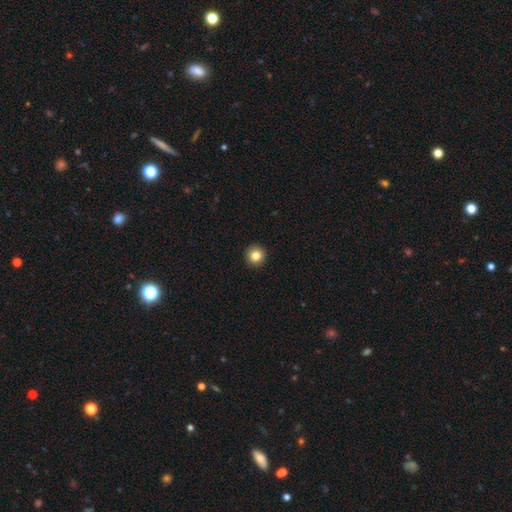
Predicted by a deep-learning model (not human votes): Q: Smooth or featured?
A: smooth (83%); runner-up: star or artifact (10%)
Q: How rounded?
A: round (95%); runner-up: in between (4%)
Q: Merging?
A: none (93%); runner-up: minor disturbance (4%)